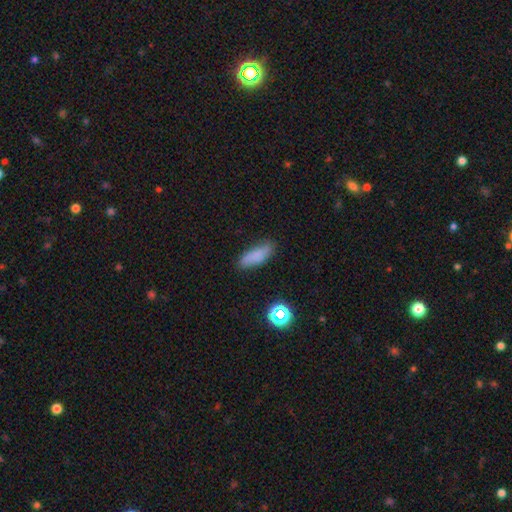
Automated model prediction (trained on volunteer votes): This is likely a smooth galaxy (78%). How rounded: likely in between (63%). Merging: likely none (76%).